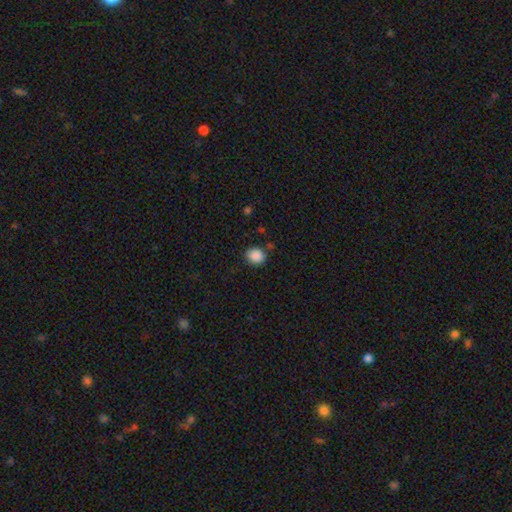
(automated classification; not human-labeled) The model was most divided on "how rounded": round: 69%, in between: 30%, cigar-shaped: 1%. More confident: smooth or featured — smooth (88%); merging — none (85%).